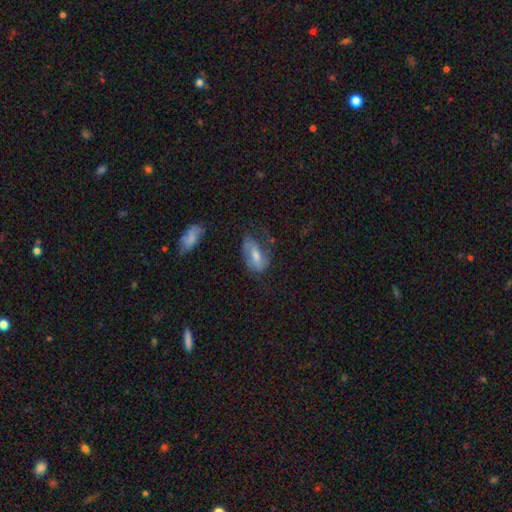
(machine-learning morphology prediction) Smooth or featured?
  - featured or disk: 53% *
  - smooth: 39%
  - star or artifact: 8%
Edge-on disk?
  - no: 92% *
  - yes: 8%
Merging?
  - none: 44% *
  - minor disturbance: 26%
  - major disturbance: 26%
  - merger: 4%